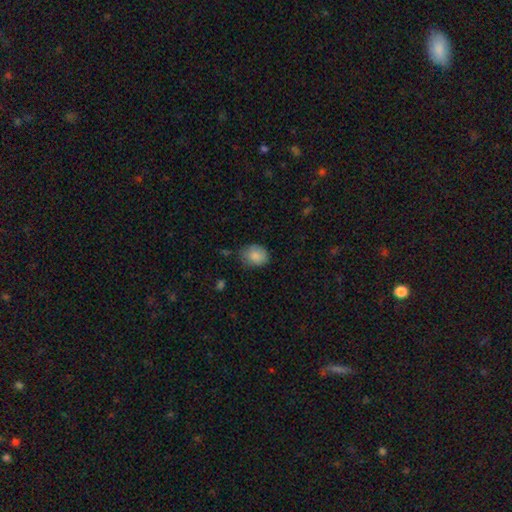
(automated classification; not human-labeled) smooth_or_featured: smooth (p=0.85) [alt: star or artifact p=0.08]
how_rounded: in between (p=0.56) [alt: round p=0.43]
merging: none (p=0.64) [alt: minor disturbance p=0.28]